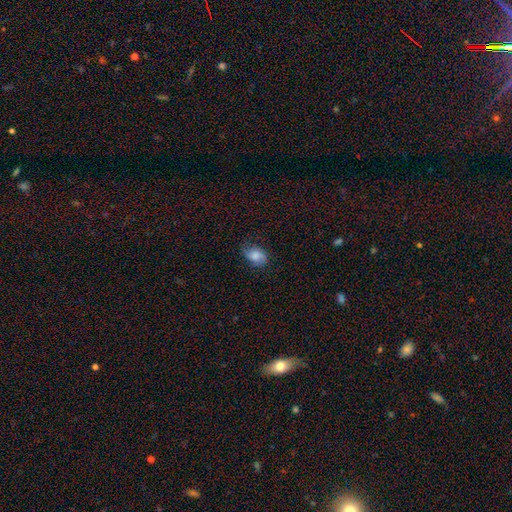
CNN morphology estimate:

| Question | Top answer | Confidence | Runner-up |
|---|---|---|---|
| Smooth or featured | smooth | 60% | featured or disk (30%) |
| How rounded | in between | 78% | round (20%) |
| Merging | none | 70% | minor disturbance (22%) |